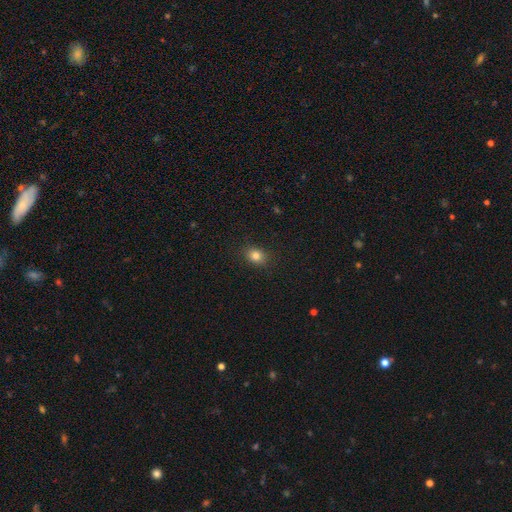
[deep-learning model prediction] Smooth or featured?
  - smooth: 83% *
  - star or artifact: 12%
  - featured or disk: 6%
How rounded?
  - in between: 53% *
  - round: 46%
  - cigar-shaped: 1%
Merging?
  - none: 88% *
  - minor disturbance: 9%
  - major disturbance: 2%
  - merger: 1%